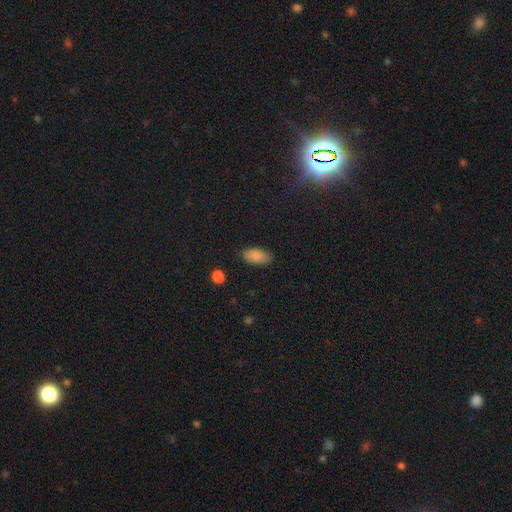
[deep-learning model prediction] Q: Smooth or featured?
A: smooth (86%); runner-up: star or artifact (8%)
Q: How rounded?
A: in between (93%); runner-up: cigar-shaped (4%)
Q: Merging?
A: none (82%); runner-up: minor disturbance (14%)